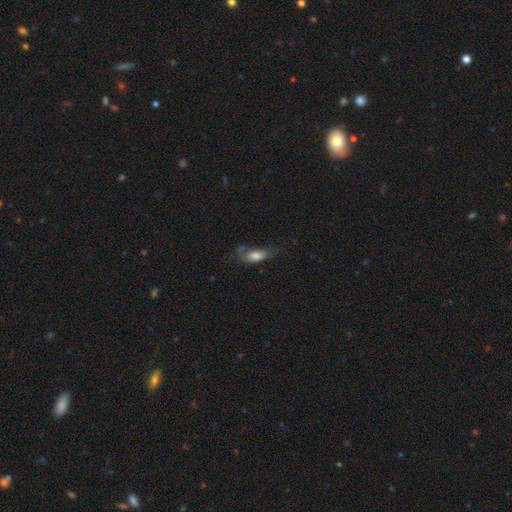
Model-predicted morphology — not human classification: Smooth or featured: smooth — 74% (featured or disk — 18%)
How rounded: in between — 75% (cigar-shaped — 20%)
Merging: none — 39% (minor disturbance — 31%)